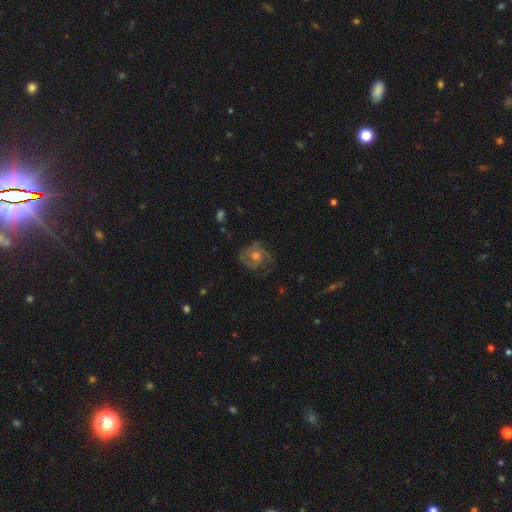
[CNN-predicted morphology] Smooth or featured?
  - featured or disk: 74% *
  - smooth: 15%
  - star or artifact: 11%
Edge-on disk?
  - no: 97% *
  - yes: 3%
Bar?
  - no: 72% *
  - weak: 24%
  - strong: 4%
Spiral arms?
  - yes: 93% *
  - no: 7%
Spiral winding?
  - medium: 45% *
  - tight: 43%
  - loose: 11%
Spiral arm count?
  - 3: 33% * (tied)
  - 2: 33% * (tied)
  - can't tell: 19%
  - 4: 6%
  - 1: 5%
  - more than 4: 4%
Bulge size?
  - moderate: 62% *
  - small: 26%
  - large: 7%
  - none: 3%
  - dominant: 1%
Merging?
  - none: 74% *
  - minor disturbance: 16%
  - major disturbance: 8%
  - merger: 1%